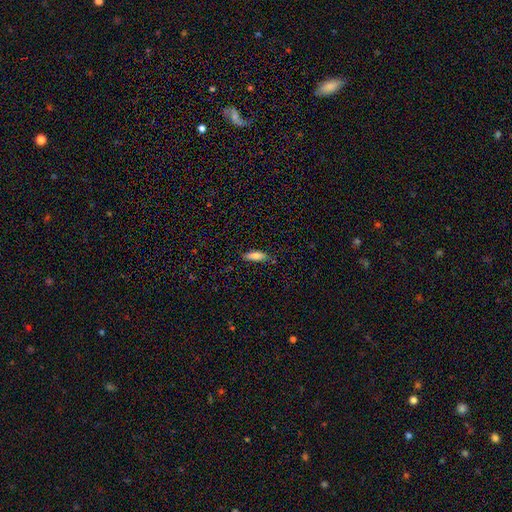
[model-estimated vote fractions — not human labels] smooth 76%, featured or disk 17%, star or artifact 7%. Down the decision tree: how rounded — in between (61%); merging — none (81%).